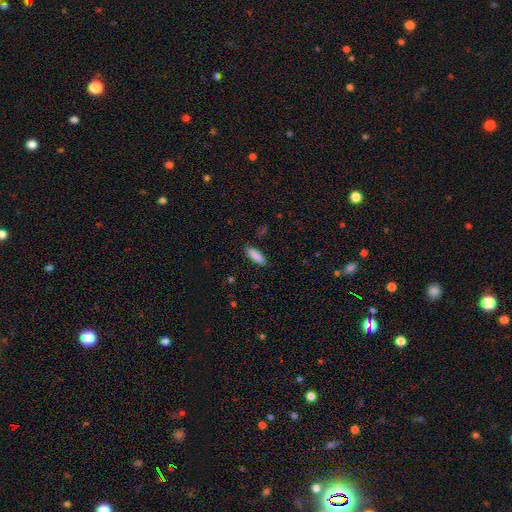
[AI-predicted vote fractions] A smooth galaxy with no disk features (87%) that is cigar-shaped (51%). Merging: none (86%).